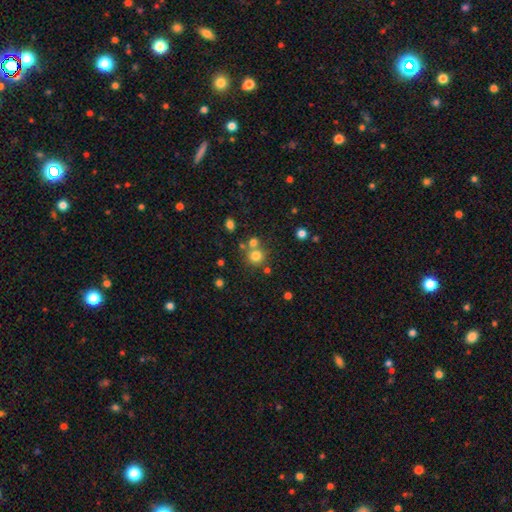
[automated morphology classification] This appears to be a smooth galaxy with no disk features (76%) that is round (90%). Merging: none (62%).